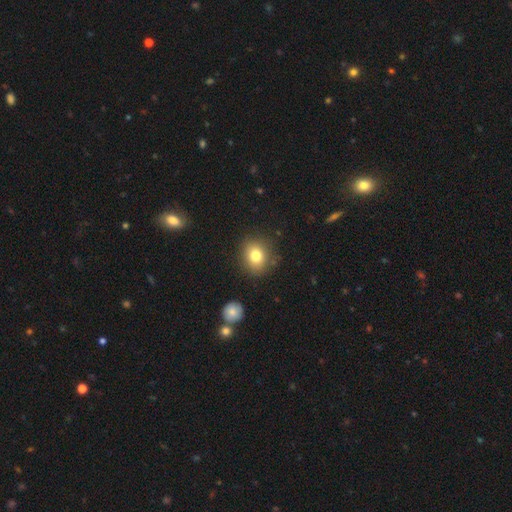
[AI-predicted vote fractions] Smooth or featured? Predicted: smooth (p=0.79). How rounded? Predicted: round (p=0.68). Merging? Predicted: none (p=0.85).